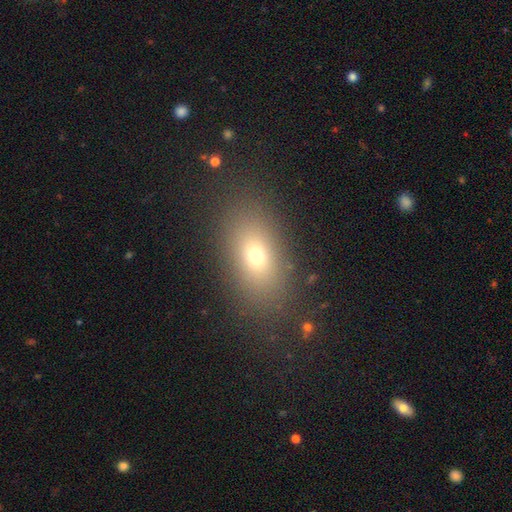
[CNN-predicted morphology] A smooth galaxy with no disk features (68%) that is in between round and cigar-shaped (80%). Merging: none (84%).